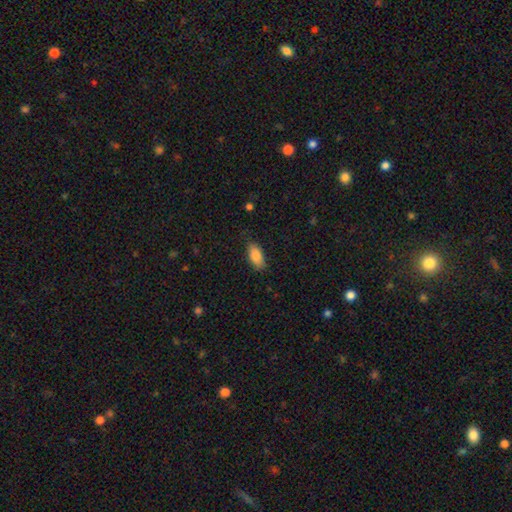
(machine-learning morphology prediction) type=smooth (87%); roundness=in between (89%); merging=none (79%).